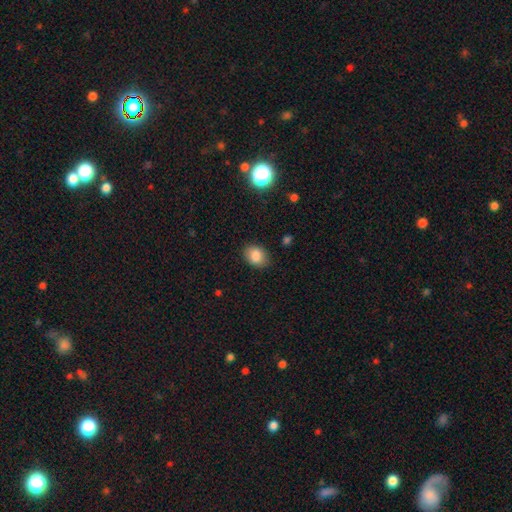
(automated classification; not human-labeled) Q: Smooth or featured?
A: smooth (83%); runner-up: star or artifact (10%)
Q: How rounded?
A: in between (65%); runner-up: round (34%)
Q: Merging?
A: none (85%); runner-up: minor disturbance (11%)